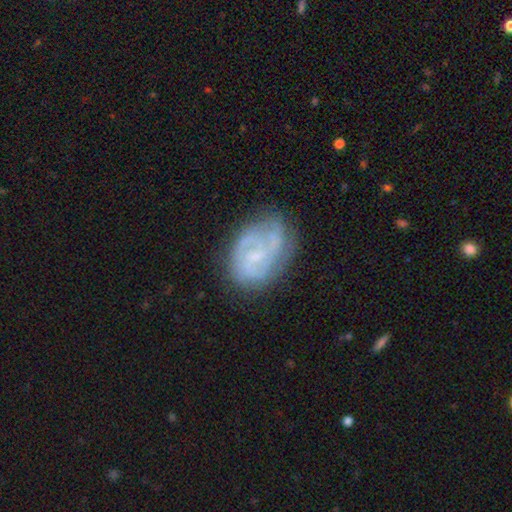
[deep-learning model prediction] Overall: featured or disk (75%). Edge-on disk: no (98%). Bar: no (51%; weak 42%). Spiral arms: yes (88%). Spiral arm count: 2 (34%; can't tell 32%). Spiral winding: tight (51%; medium 37%). Bulge size: small (61%). Merging: none (65%).